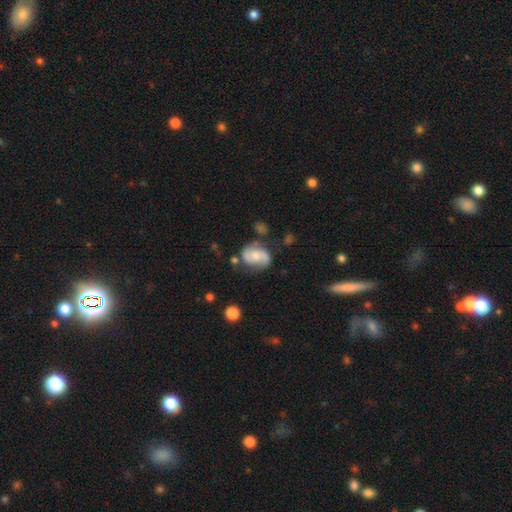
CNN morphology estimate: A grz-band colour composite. It shows a featured or disk galaxy (75%) with no bar (58%), 2 (90%) medium (49%) spiral arms (94%) and a moderate central bulge (54%). Merging: none (68%).